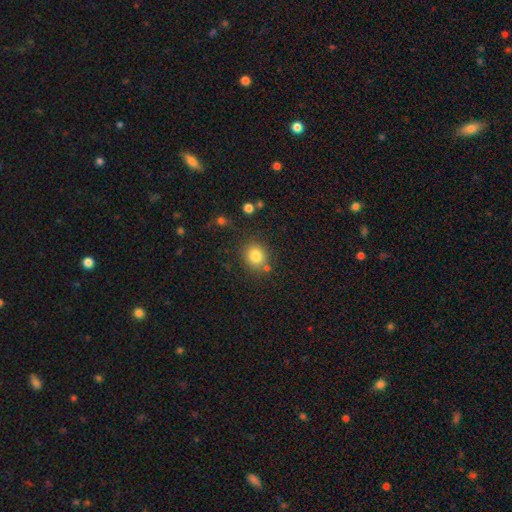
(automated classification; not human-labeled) Overall: smooth (82%). How rounded: round (78%). Merging: none (79%).